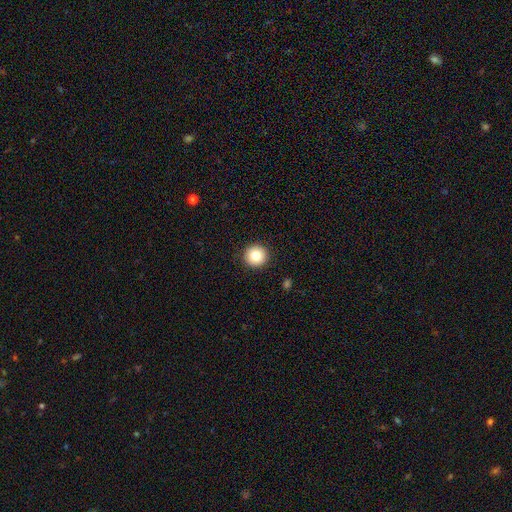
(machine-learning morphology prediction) Overall: smooth (80%). How rounded: round (96%). Merging: none (92%).